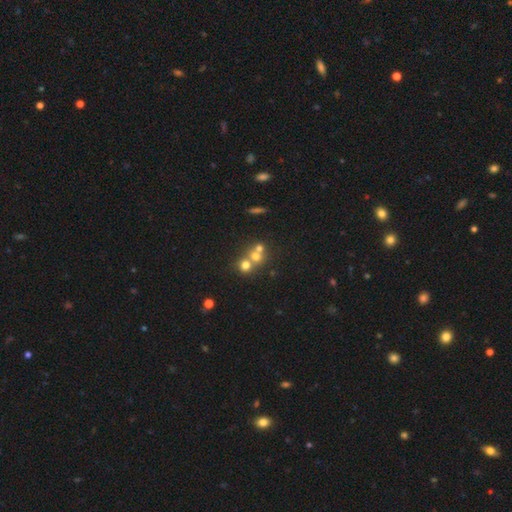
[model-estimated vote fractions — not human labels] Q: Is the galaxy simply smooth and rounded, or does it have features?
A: smooth — 58%.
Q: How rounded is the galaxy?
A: round — 83%.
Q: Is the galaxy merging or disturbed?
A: merger — 54%.